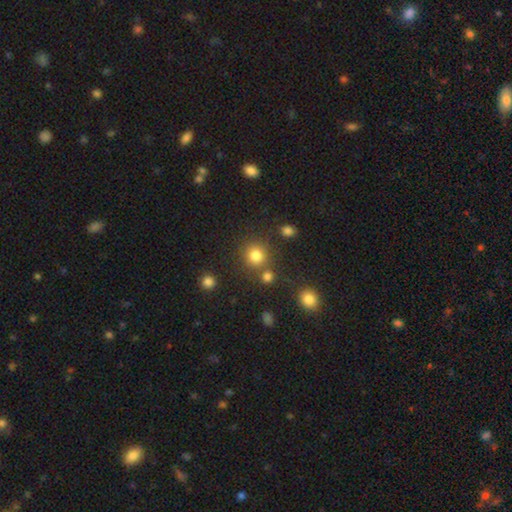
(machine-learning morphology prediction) Q: Smooth or featured?
A: smooth (80%); runner-up: star or artifact (14%)
Q: How rounded?
A: round (90%); runner-up: in between (9%)
Q: Merging?
A: none (75%); runner-up: merger (13%)